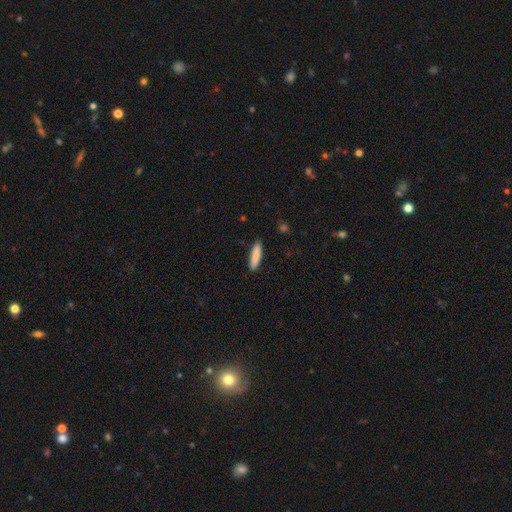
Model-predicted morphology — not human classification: The model was most divided on "how rounded": cigar-shaped: 77%, in between: 22%, round: 1%. More confident: merging — none (89%); smooth or featured — smooth (86%).